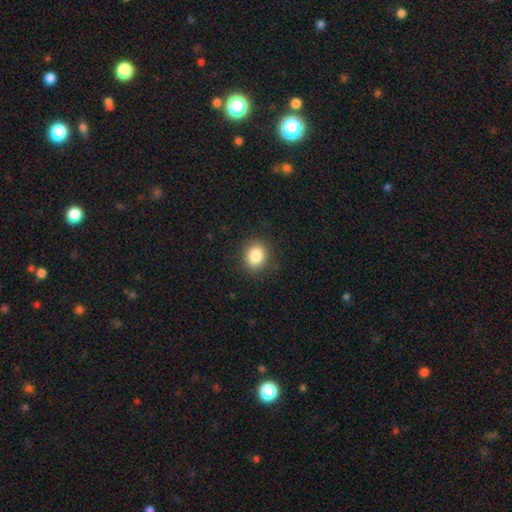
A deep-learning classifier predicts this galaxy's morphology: Overall: smooth (84%). How rounded: round (65%; in between 34%). Merging: none (88%).